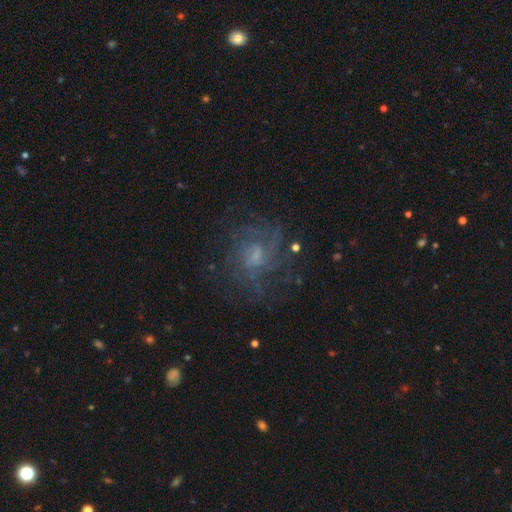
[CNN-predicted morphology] This appears to be a featured or disk galaxy (69%) with no bar (49%), medium (41%) spiral arms (78%) and a small central bulge (47%). Merging: none (64%).